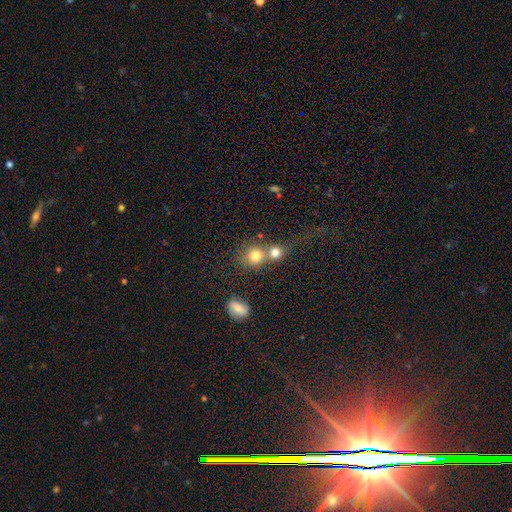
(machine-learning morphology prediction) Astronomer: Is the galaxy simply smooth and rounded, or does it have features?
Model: smooth — 77%.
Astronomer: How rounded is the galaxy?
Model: round — 84%.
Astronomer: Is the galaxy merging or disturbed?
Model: merger — 45%, tied with none at 45%.